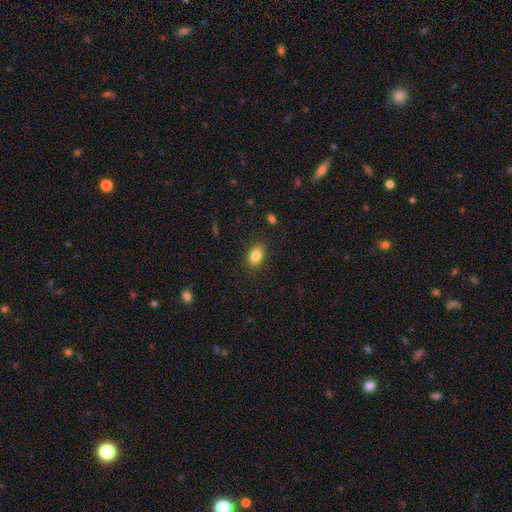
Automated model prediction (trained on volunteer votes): This is clearly a smooth galaxy (83%). How rounded: clearly in between (85%). Merging: clearly none (86%).